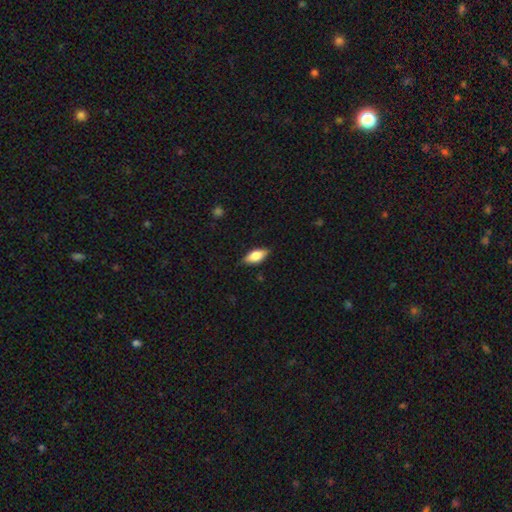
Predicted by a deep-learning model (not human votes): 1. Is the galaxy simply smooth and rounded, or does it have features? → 71% smooth, 22% featured or disk, 7% star or artifact.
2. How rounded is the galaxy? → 83% in between, 14% cigar-shaped, 3% round.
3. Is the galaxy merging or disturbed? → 84% none, 13% minor disturbance, 2% major disturbance, 1% merger.